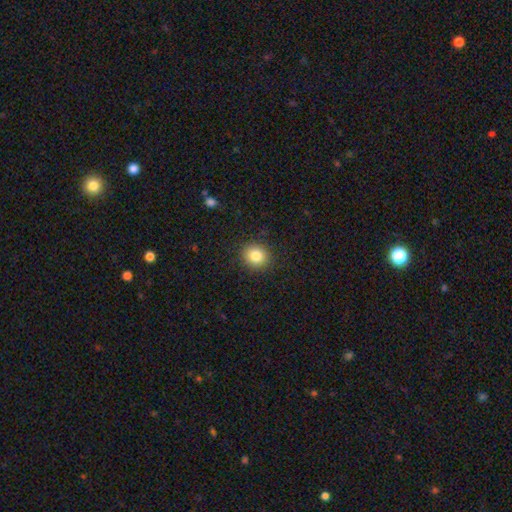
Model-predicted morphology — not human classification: type=smooth (84%); roundness=round (78%); merging=none (89%).